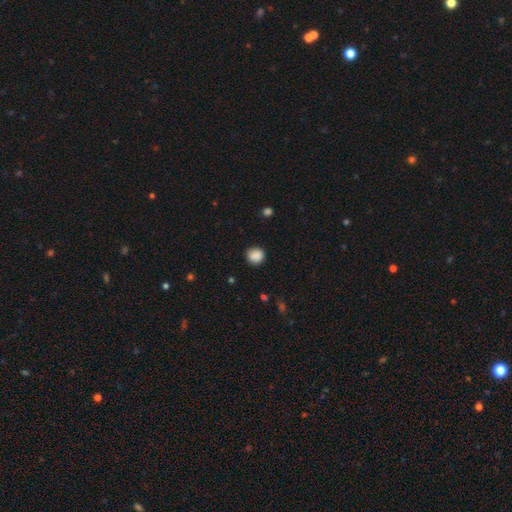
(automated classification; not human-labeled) Morphology: type=smooth (88%); roundness=round (88%); merging=none (86%).